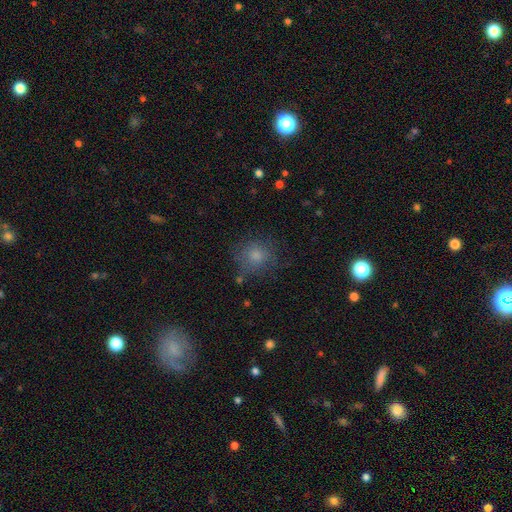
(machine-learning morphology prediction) This appears to be a smooth galaxy with no disk features (78%) that is round (86%). Merging: none (74%).